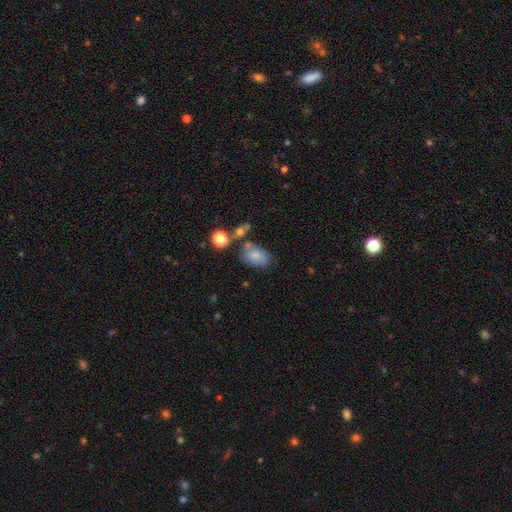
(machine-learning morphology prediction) This appears to be a smooth galaxy with no disk features (77%) that is in between round and cigar-shaped (83%). Merging: none (56%).